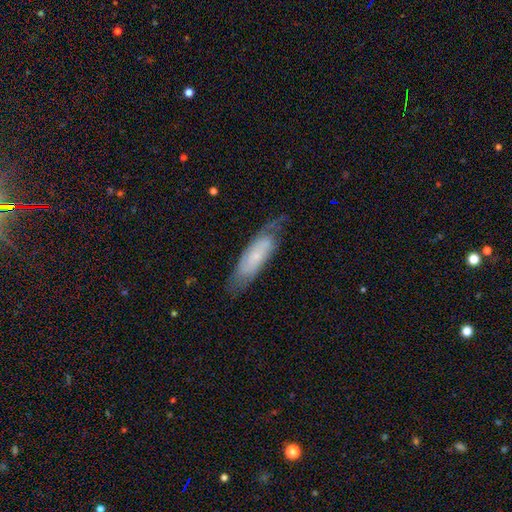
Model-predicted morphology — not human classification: smooth_or_featured: featured or disk (p=0.56) [alt: smooth p=0.37]
disk_edge_on: no (p=0.74) [alt: yes p=0.26]
merging: none (p=0.63) [alt: minor disturbance p=0.24]